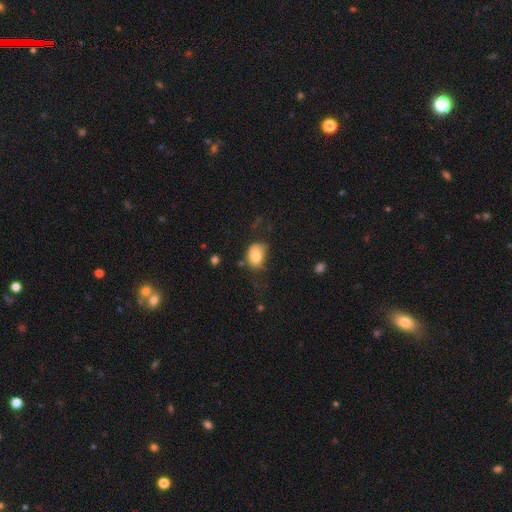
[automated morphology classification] Smooth or featured? Predicted: smooth (p=0.80). How rounded? Predicted: in between (p=0.64). Merging? Predicted: none (p=0.46).